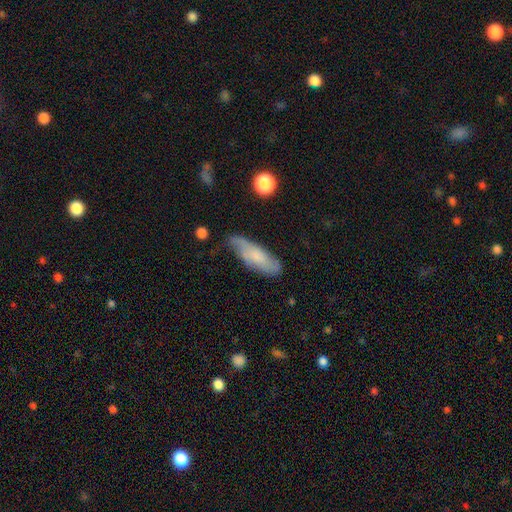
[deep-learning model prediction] A smooth galaxy with no disk features (59%) that is in between round and cigar-shaped (59%).

Vote fractions:
- Smooth or featured? smooth: 59% / featured or disk: 34% / star or artifact: 7%
- How rounded? in between: 59% / cigar-shaped: 39% / round: 2%
- Merging? none: 56% / minor disturbance: 33% / major disturbance: 9% / merger: 3%